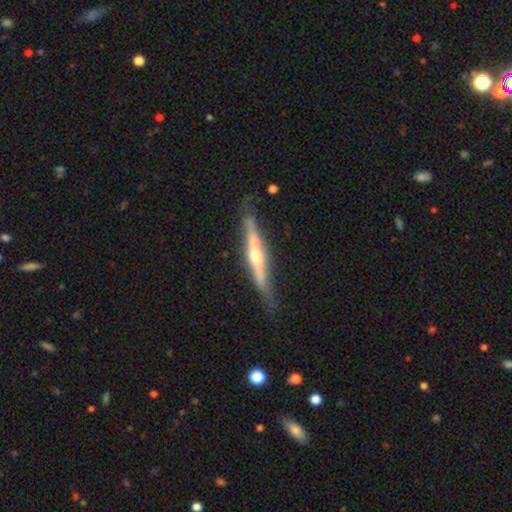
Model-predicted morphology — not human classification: smooth_or_featured: featured or disk (p=0.75) [alt: smooth p=0.19]
disk_edge_on: yes (p=0.96) [alt: no p=0.04]
edge_on_bulge: rounded (p=0.86) [alt: none p=0.08]
merging: none (p=0.82) [alt: minor disturbance p=0.14]